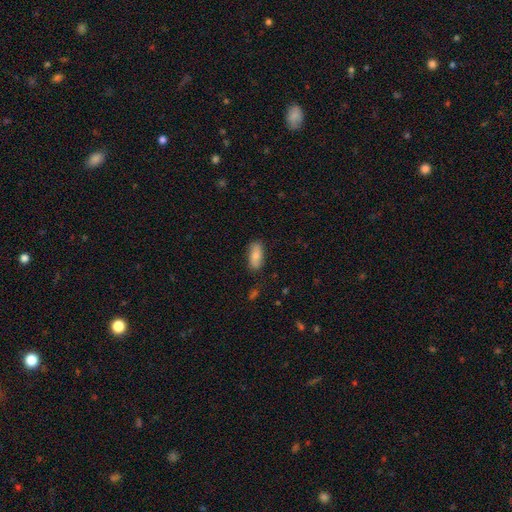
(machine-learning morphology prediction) smooth-or-featured: smooth: 80% | featured or disk: 14% | star or artifact: 6%
  how-rounded: in between: 84% | cigar-shaped: 13% | round: 3%
  merging: none: 82% | minor disturbance: 14% | major disturbance: 3% | merger: 1%